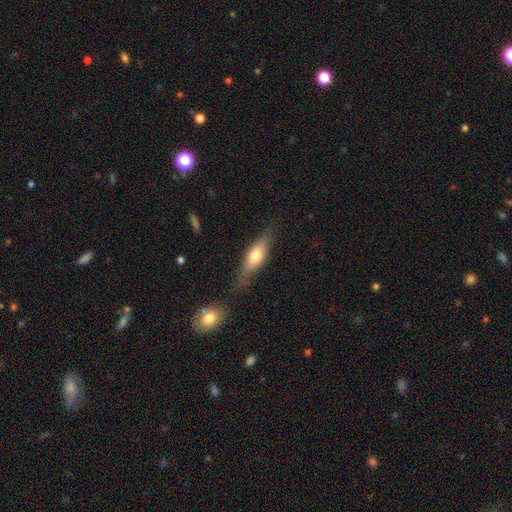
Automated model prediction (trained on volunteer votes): A smooth galaxy with no disk features (59%) that is in between round and cigar-shaped (51%).

Vote fractions:
- Smooth or featured? smooth: 59% / featured or disk: 35% / star or artifact: 6%
- How rounded? in between: 51% / cigar-shaped: 46% / round: 3%
- Merging? none: 72% / minor disturbance: 19% / major disturbance: 5% / merger: 3%